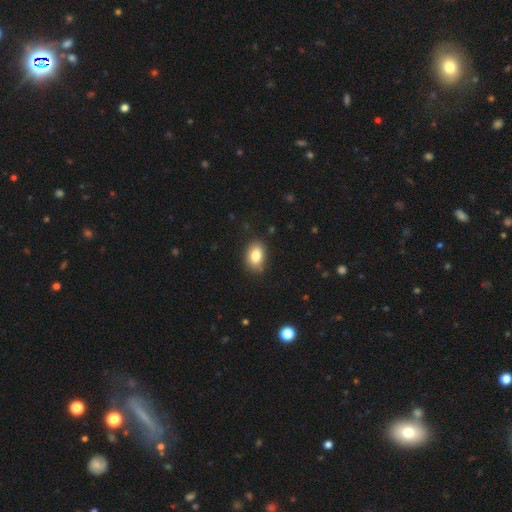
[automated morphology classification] This appears to be a smooth galaxy with no disk features (83%) that is in between round and cigar-shaped (85%). Merging: none (82%).